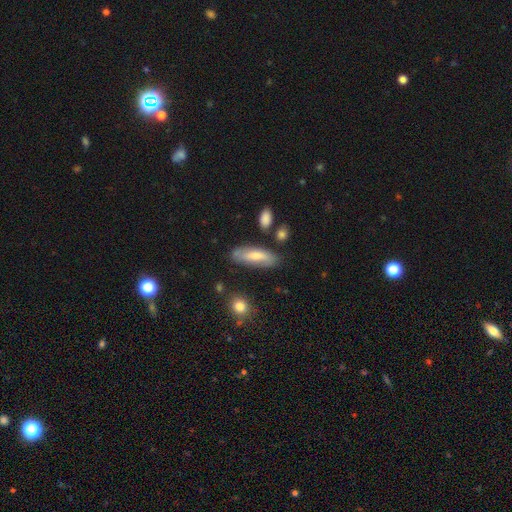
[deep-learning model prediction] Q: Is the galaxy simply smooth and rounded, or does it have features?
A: smooth — 53%.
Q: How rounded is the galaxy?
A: cigar-shaped — 50%.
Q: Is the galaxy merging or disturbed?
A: none — 79%.